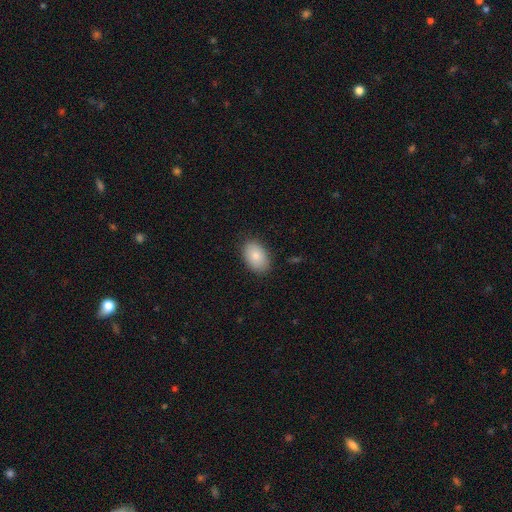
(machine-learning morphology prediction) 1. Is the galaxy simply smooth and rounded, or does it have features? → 84% smooth, 9% featured or disk, 7% star or artifact.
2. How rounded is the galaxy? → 90% in between, 9% round, 1% cigar-shaped.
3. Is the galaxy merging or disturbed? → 86% none, 10% minor disturbance, 2% major disturbance, 1% merger.